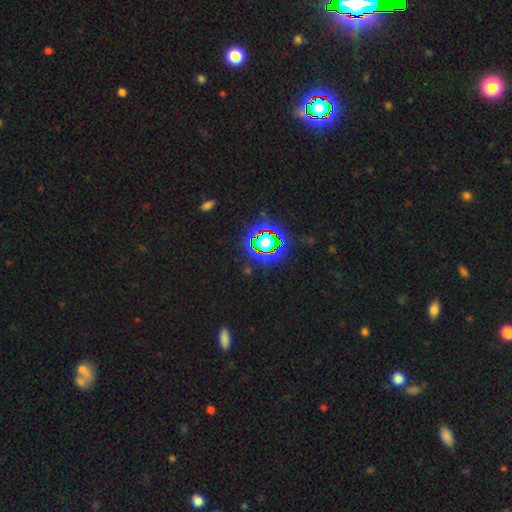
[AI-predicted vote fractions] smooth-or-featured: star or artifact: 80% | smooth: 13% | featured or disk: 8%